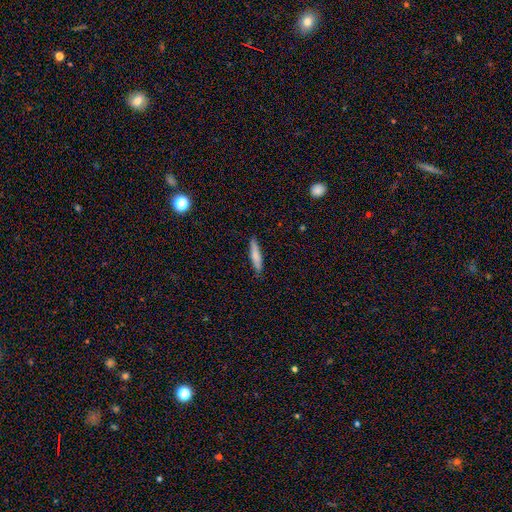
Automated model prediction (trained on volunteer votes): Smooth or featured?
  - smooth: 75% *
  - featured or disk: 19%
  - star or artifact: 6%
How rounded?
  - cigar-shaped: 87% *
  - in between: 11%
  - round: 1%
Merging?
  - none: 88% *
  - minor disturbance: 9%
  - major disturbance: 2%
  - merger: 1%